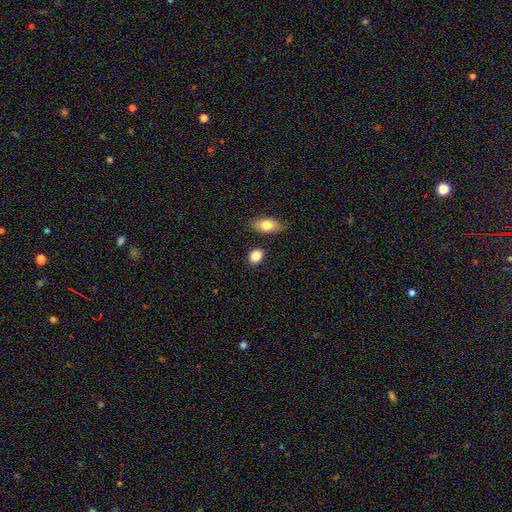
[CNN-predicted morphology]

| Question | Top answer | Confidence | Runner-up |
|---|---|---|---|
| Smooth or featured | smooth | 86% | star or artifact (8%) |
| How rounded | in between | 65% | round (34%) |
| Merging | none | 82% | minor disturbance (10%) |